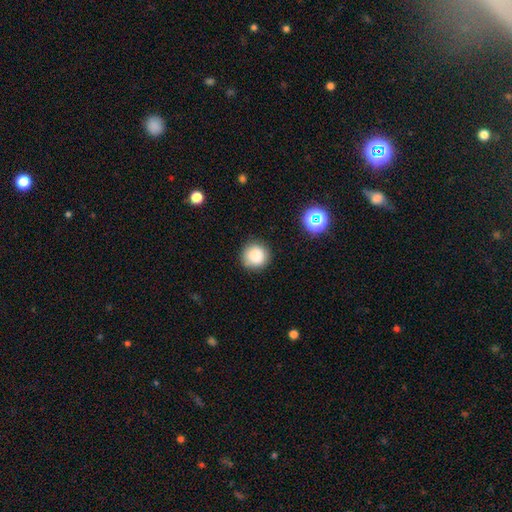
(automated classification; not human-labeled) Smooth or featured: smooth — 85% (star or artifact — 10%)
How rounded: round — 94% (in between — 5%)
Merging: none — 86% (minor disturbance — 9%)